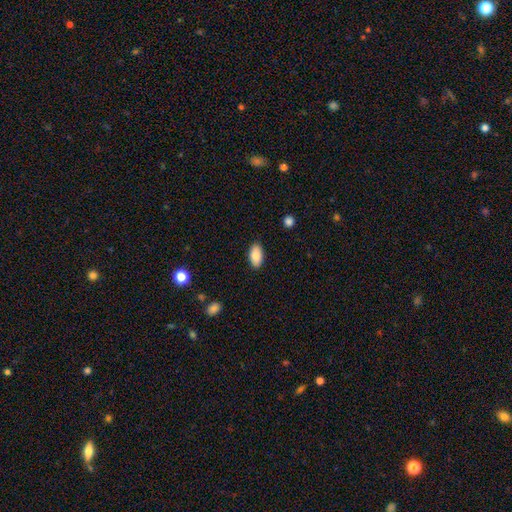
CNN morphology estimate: smooth 85%, featured or disk 9%, star or artifact 7%. Down the decision tree: how rounded — in between (94%); merging — none (88%).